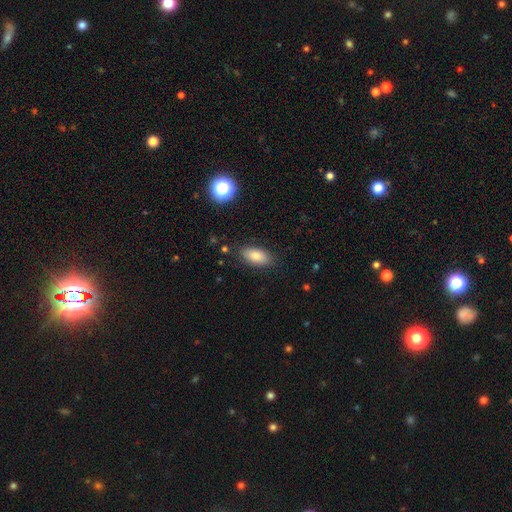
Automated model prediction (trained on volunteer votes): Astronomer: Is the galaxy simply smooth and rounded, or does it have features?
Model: smooth — 80%.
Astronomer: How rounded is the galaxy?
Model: in between — 88%.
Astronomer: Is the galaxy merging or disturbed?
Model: none — 85%.